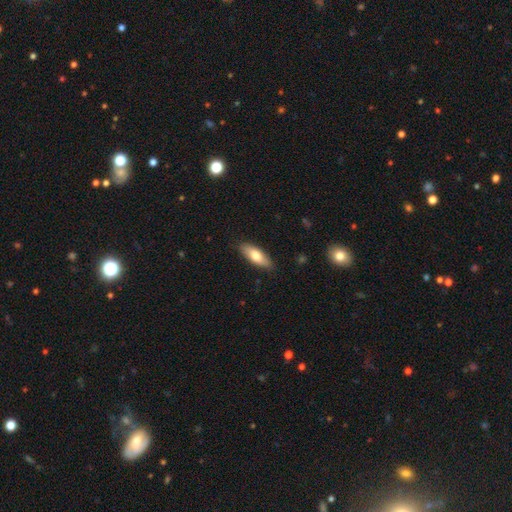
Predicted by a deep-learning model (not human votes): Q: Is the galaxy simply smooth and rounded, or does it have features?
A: smooth — 73%.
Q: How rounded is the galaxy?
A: in between — 69%.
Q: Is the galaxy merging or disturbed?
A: none — 87%.